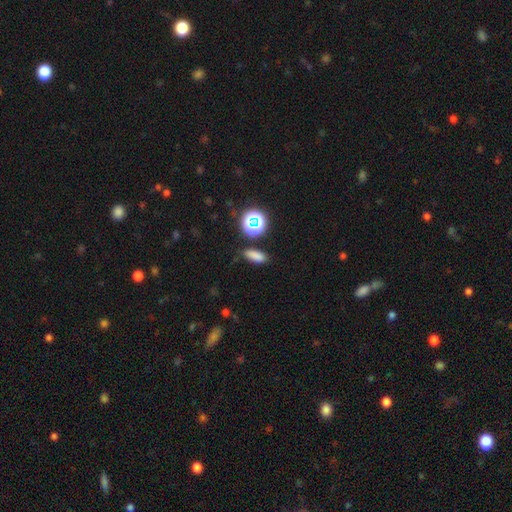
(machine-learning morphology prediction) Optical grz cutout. It shows a smooth galaxy with no disk features (76%) that is in between round and cigar-shaped (71%). Merging: none (79%).